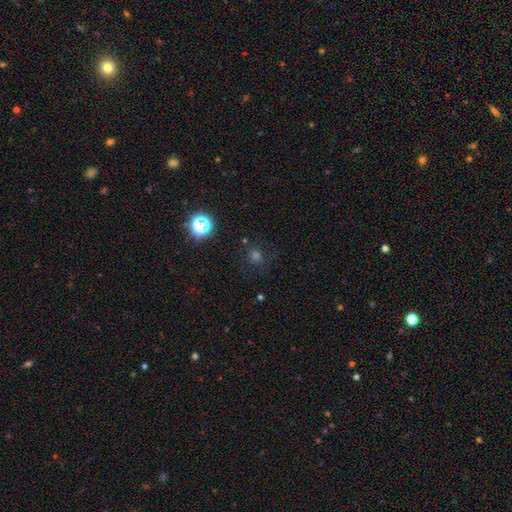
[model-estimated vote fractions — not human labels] This appears to be a smooth galaxy with no disk features (52%) that is round (87%). Merging: none (79%).